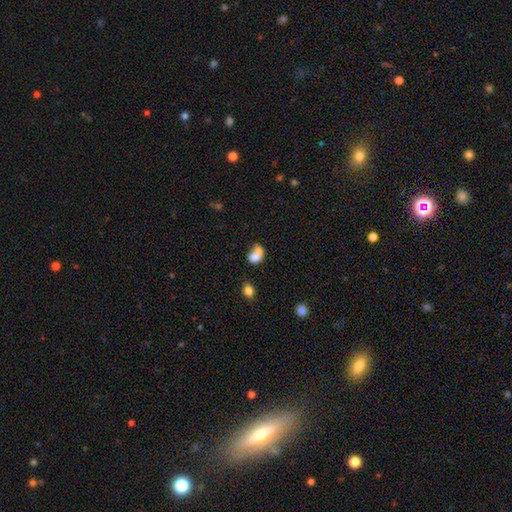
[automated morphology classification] smooth-or-featured: smooth: 74% | featured or disk: 16% | star or artifact: 10%
  how-rounded: in between: 59% | round: 39% | cigar-shaped: 2%
  merging: merger: 62% | none: 21% | minor disturbance: 9% | major disturbance: 8%